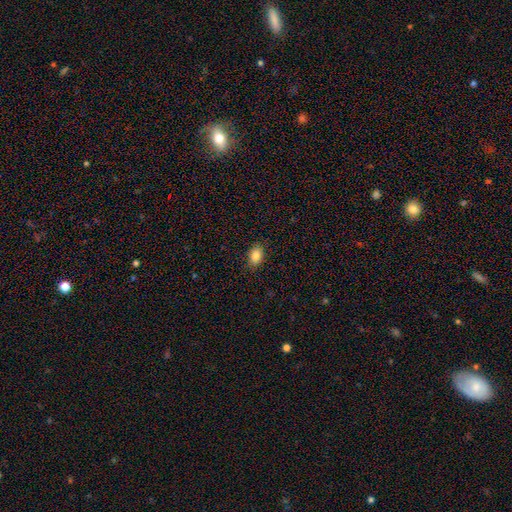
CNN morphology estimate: type=smooth (86%); roundness=in between (83%); merging=none (87%).